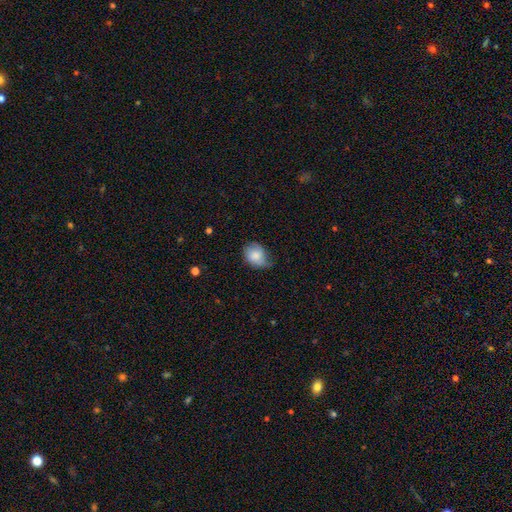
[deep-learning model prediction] smooth_or_featured: smooth (p=0.78) [alt: featured or disk p=0.15]
how_rounded: in between (p=0.54) [alt: round p=0.45]
merging: minor disturbance (p=0.44) [alt: none p=0.41]